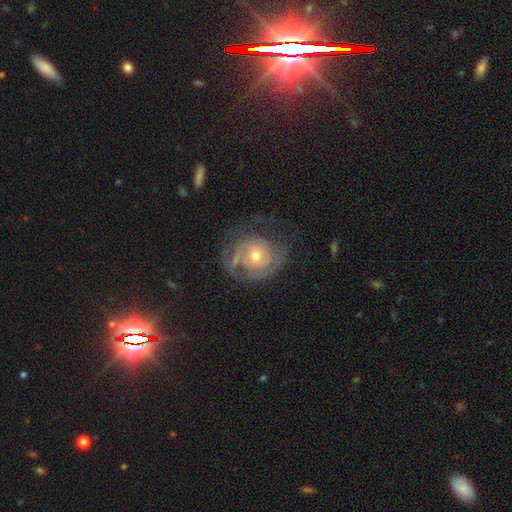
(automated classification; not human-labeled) A featured or disk galaxy (79%) with no bar (77%), 2 (35%) tight (62%) spiral arms (87%) and a moderate central bulge (56%). Merging: none (60%).